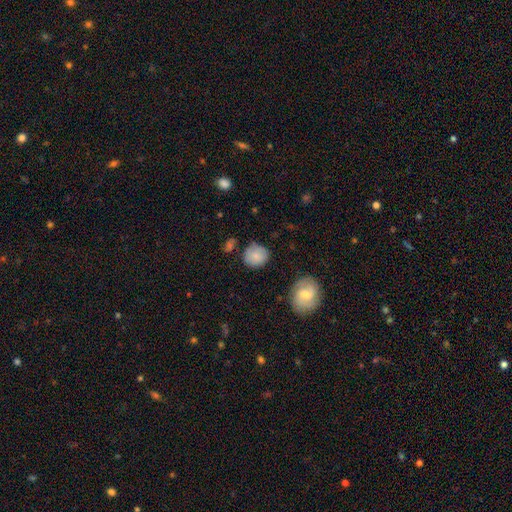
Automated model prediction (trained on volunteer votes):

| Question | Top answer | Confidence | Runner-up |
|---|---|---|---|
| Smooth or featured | smooth | 81% | featured or disk (12%) |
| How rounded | round | 86% | in between (13%) |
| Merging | none | 74% | minor disturbance (18%) |